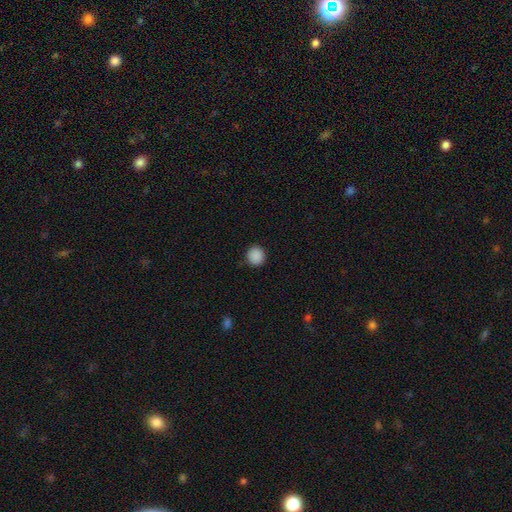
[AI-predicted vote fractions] smooth 89%, star or artifact 9%, featured or disk 2%. Down the decision tree: how rounded — round (92%); merging — none (91%).